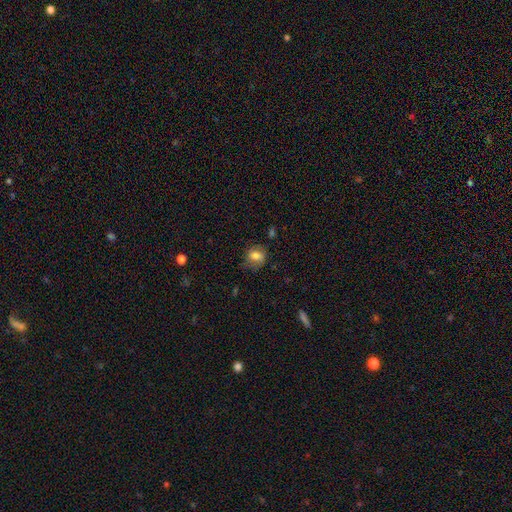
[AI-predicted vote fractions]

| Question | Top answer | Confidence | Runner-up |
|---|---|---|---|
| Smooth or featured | smooth | 73% | featured or disk (18%) |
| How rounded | round | 58% | in between (41%) |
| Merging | none | 63% | minor disturbance (25%) |